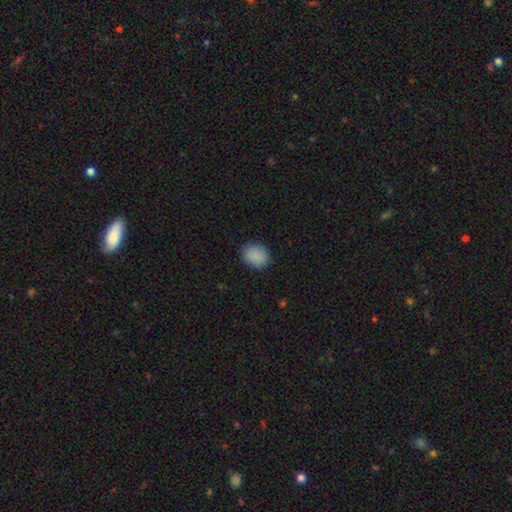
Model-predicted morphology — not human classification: This appears to be a smooth galaxy with no disk features (88%) that is round (57%). Merging: none (85%).